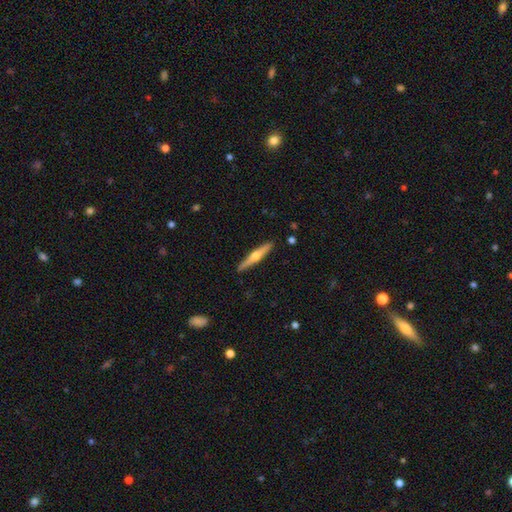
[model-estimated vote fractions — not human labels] A featured or disk galaxy (66%) viewed edge-on (98%) with a rounded central bulge (94%).

Vote fractions:
- Smooth or featured? featured or disk: 66% / smooth: 29% / star or artifact: 5%
- Edge-on disk? yes: 98% / no: 2%
- Edge-on bulge? rounded: 94% / none: 4% / boxy: 3%
- Merging? none: 91% / minor disturbance: 6% / major disturbance: 1% / merger: 1%